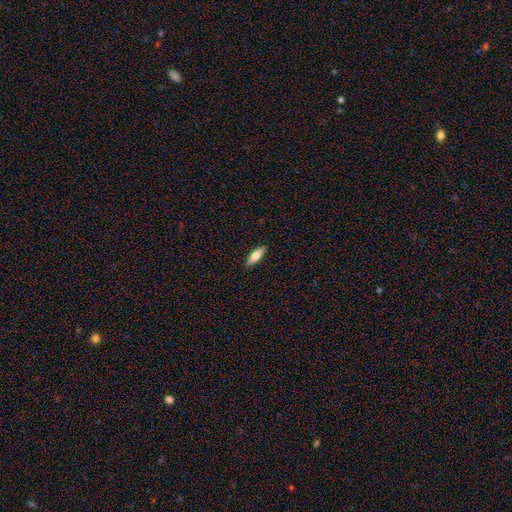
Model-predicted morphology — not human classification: smooth 69%, featured or disk 25%, star or artifact 6%. Down the decision tree: how rounded — in between (54%); merging — none (89%).